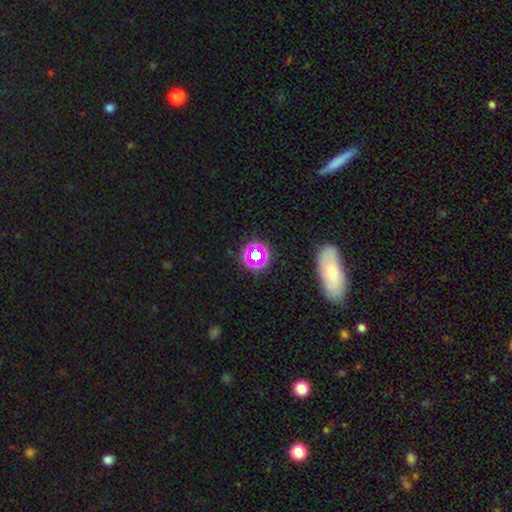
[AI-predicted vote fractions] This is possibly a star or artifact rather than a galaxy (53%).